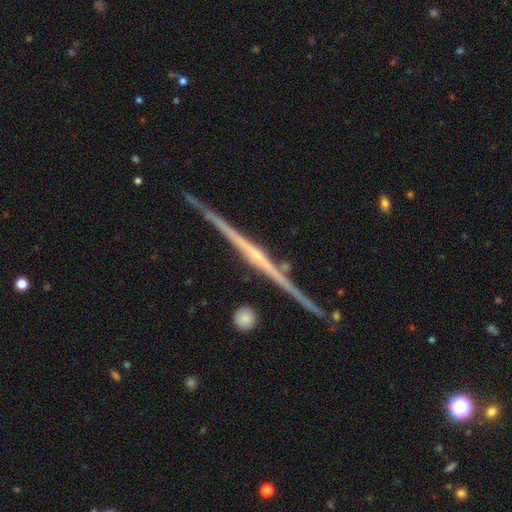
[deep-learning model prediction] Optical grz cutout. It shows a featured or disk galaxy (87%) viewed edge-on (98%) with a rounded central bulge (50%). Merging: none (87%).